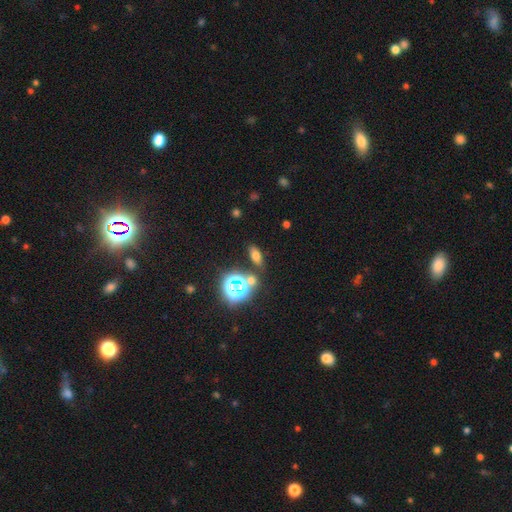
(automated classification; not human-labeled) smooth-or-featured: smooth: 59% | star or artifact: 28% | featured or disk: 13%
  how-rounded: in between: 70% | cigar-shaped: 16% | round: 14%
  merging: none: 79% | minor disturbance: 9% | merger: 8% | major disturbance: 4%